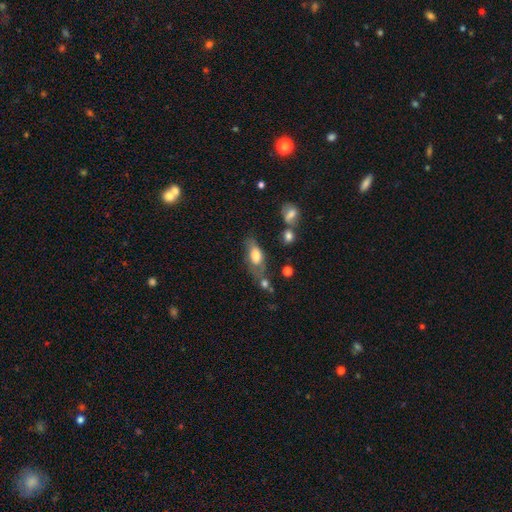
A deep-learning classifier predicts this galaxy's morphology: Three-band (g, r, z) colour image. It shows a smooth galaxy with no disk features (67%) that is in between round and cigar-shaped (83%). Merging: none (44%).